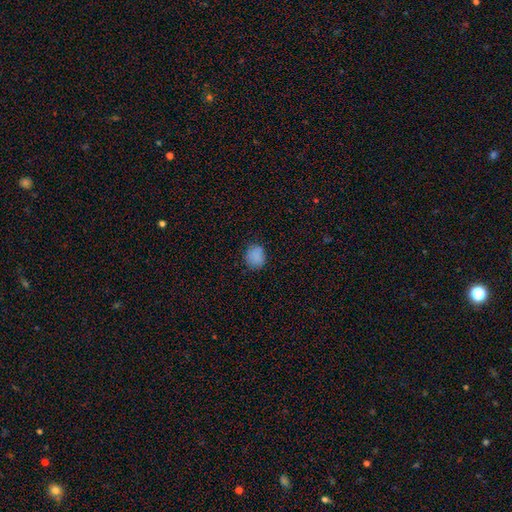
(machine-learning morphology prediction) Smooth or featured? smooth (85%)
How rounded? round (71%)
Merging? none (82%)